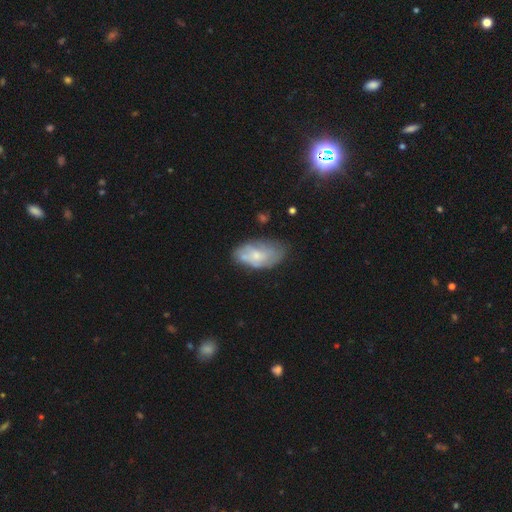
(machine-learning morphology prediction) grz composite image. It shows a smooth galaxy with no disk features (47%). Merging: none (52%).